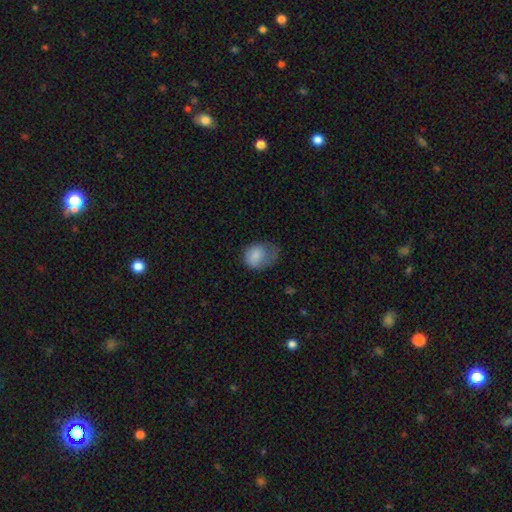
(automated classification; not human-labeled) Q: Smooth or featured?
A: smooth (79%); runner-up: featured or disk (13%)
Q: How rounded?
A: in between (57%); runner-up: round (42%)
Q: Merging?
A: major disturbance (35%); runner-up: minor disturbance (34%)